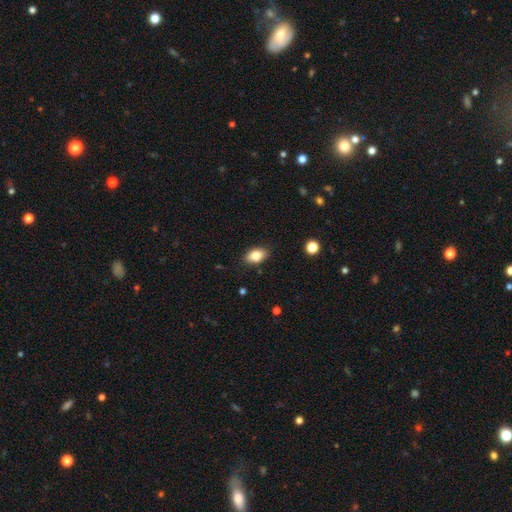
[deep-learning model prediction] smooth-or-featured: smooth: 84% | star or artifact: 8% | featured or disk: 8%
  how-rounded: in between: 89% | round: 9% | cigar-shaped: 2%
  merging: none: 86% | minor disturbance: 11% | major disturbance: 2% | merger: 1%